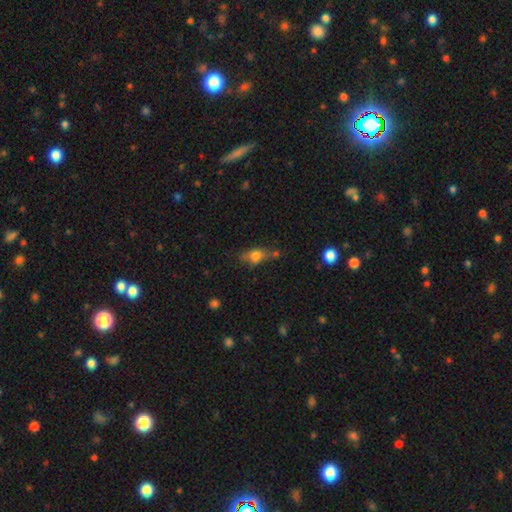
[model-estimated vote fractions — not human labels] smooth_or_featured: smooth (p=0.66) [alt: featured or disk p=0.23]
how_rounded: in between (p=0.69) [alt: round p=0.19]
merging: none (p=0.50) [alt: minor disturbance p=0.25]